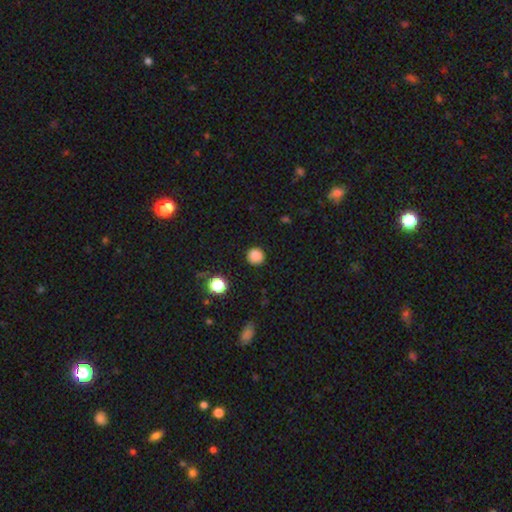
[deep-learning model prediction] Smooth or featured? smooth (85%)
How rounded? round (94%)
Merging? none (91%)